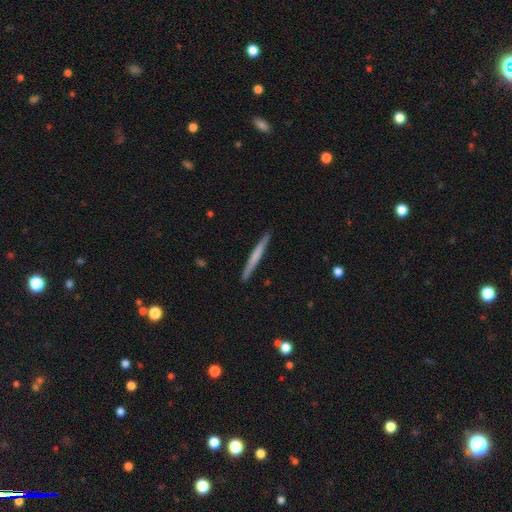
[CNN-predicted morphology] Smooth or featured: smooth — 54% (featured or disk — 40%)
How rounded: cigar-shaped — 97% (in between — 2%)
Merging: none — 92% (minor disturbance — 6%)